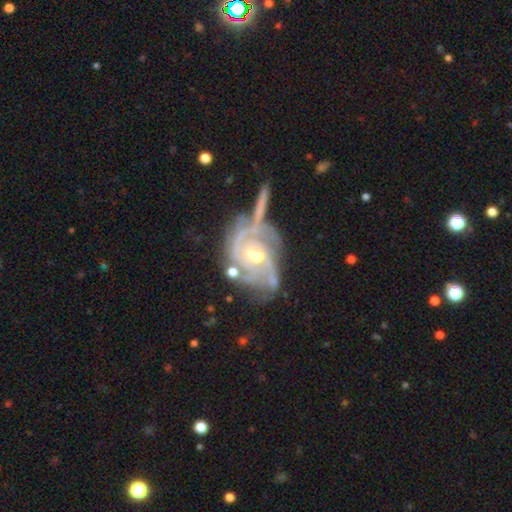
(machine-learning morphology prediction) The model was most divided on "spiral arm count": 2: 32%, 3: 25%, can't tell: 23%, 4: 9%, 1: 6%, more than 4: 5%. Remaining: edge-on disk — no (96%); spiral arms — yes (92%); smooth or featured — featured or disk (86%); bulge size — moderate (68%); spiral winding — tight (49%); bar — no (48%); merging — none (37%).